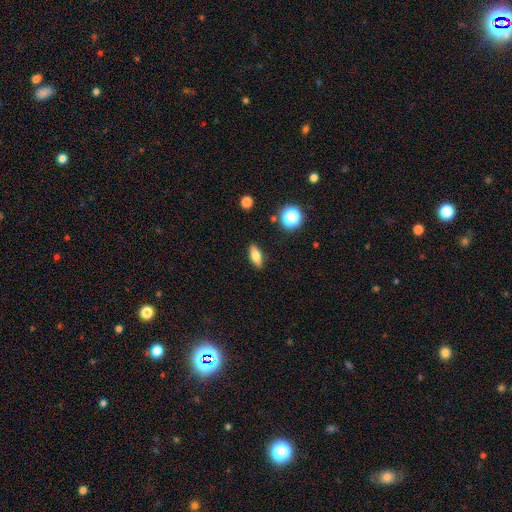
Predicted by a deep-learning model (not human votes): Smooth or featured: smooth — 66% (featured or disk — 25%)
How rounded: in between — 68% (cigar-shaped — 26%)
Merging: none — 88% (minor disturbance — 8%)